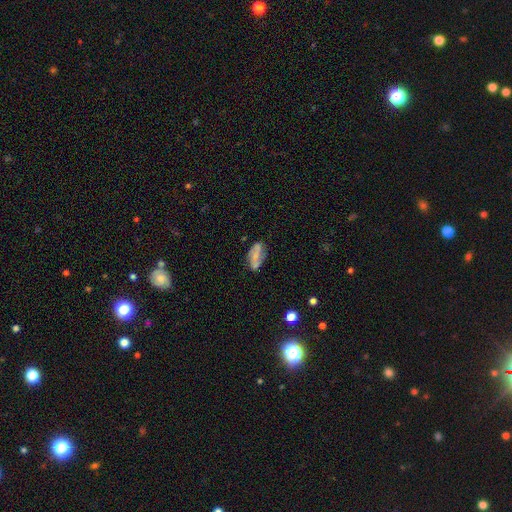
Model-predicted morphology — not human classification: A featured or disk galaxy (46%). Merging: none (62%).